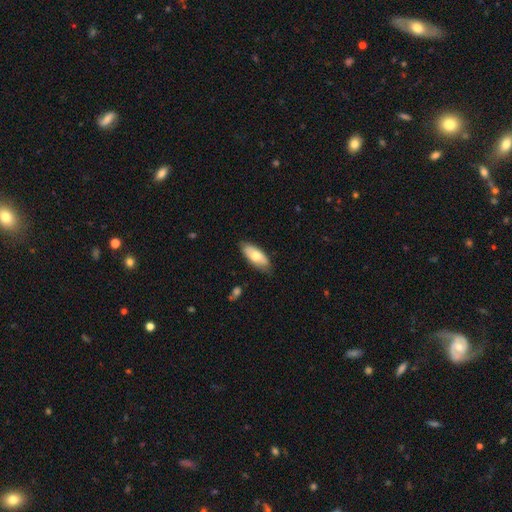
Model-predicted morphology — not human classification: Smooth or featured? Predicted: smooth (p=0.69). How rounded? Predicted: in between (p=0.84). Merging? Predicted: none (p=0.80).